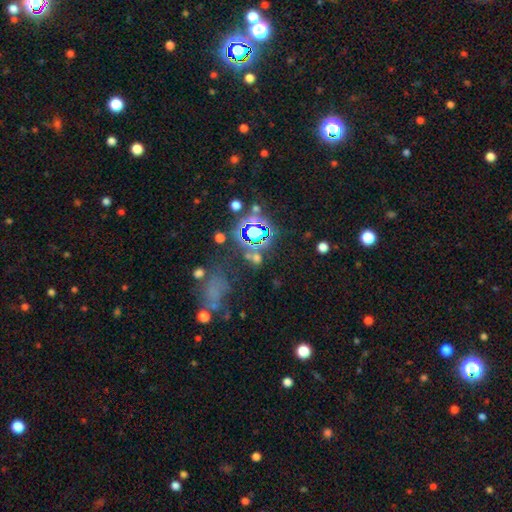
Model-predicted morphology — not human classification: type=star or artifact (65%).